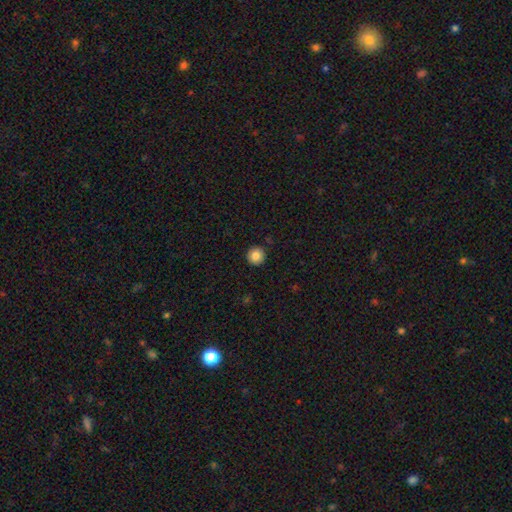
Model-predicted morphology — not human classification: The model was most divided on "smooth or featured": smooth: 85%, star or artifact: 9%, featured or disk: 6%. More confident: how rounded — round (96%); merging — none (92%).